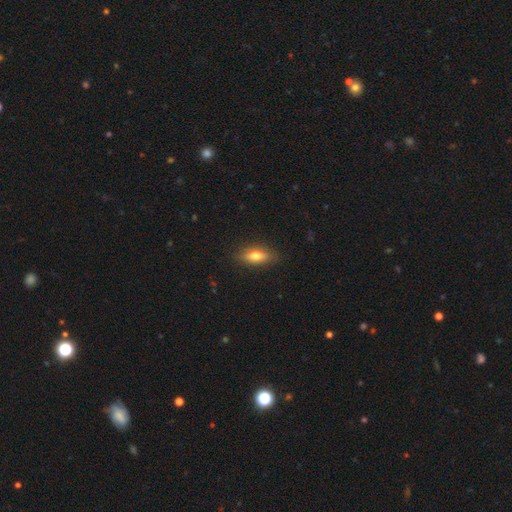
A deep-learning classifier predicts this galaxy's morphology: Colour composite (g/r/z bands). It shows a smooth galaxy with no disk features (66%) that is in between round and cigar-shaped (68%). Merging: none (85%).